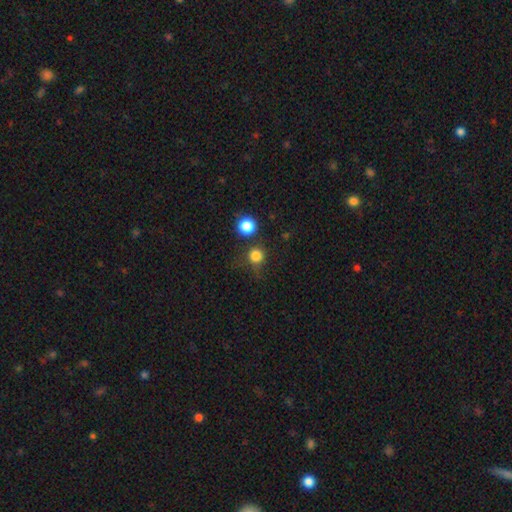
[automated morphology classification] This appears to be a smooth galaxy with no disk features (80%) that is round (92%). Merging: none (68%).